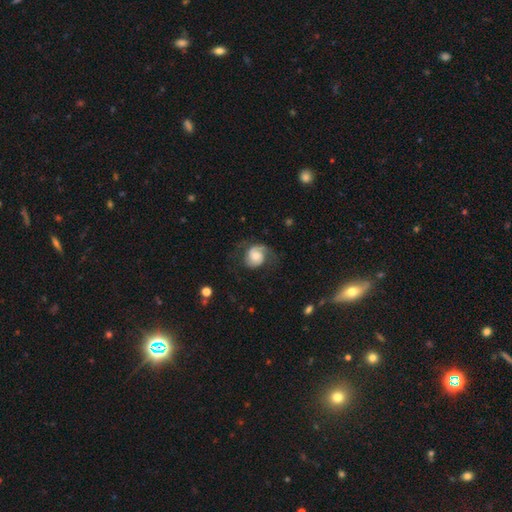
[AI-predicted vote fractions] A featured or disk galaxy (67%) with no bar (68%), 2 (66%) medium (43%) spiral arms (92%) and a moderate central bulge (41%). Merging: none (56%).